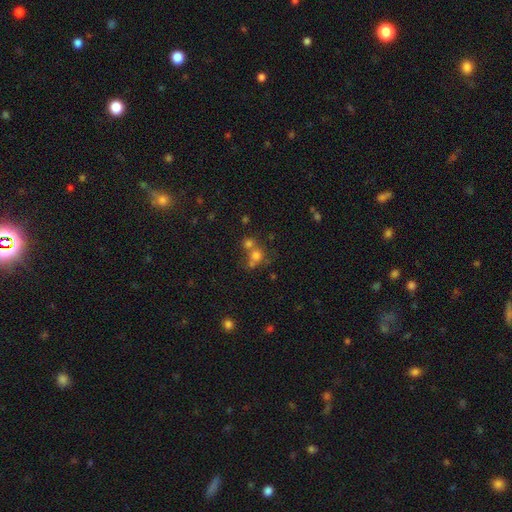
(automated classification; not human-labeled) smooth_or_featured: smooth (p=0.67) [alt: star or artifact p=0.19]
how_rounded: round (p=0.81) [alt: in between p=0.18]
merging: merger (p=0.48) [alt: none p=0.39]